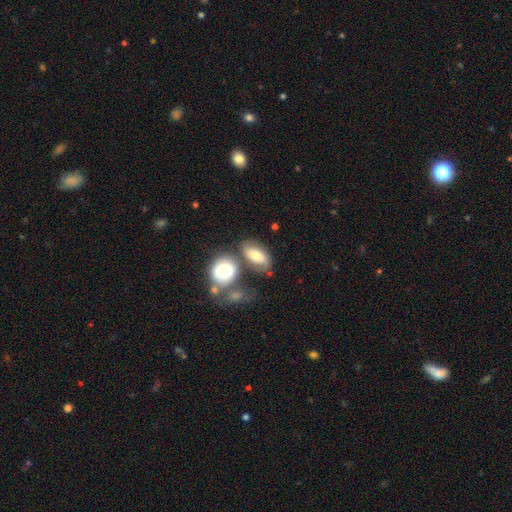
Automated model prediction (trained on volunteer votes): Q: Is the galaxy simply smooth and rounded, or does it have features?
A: smooth — 65%.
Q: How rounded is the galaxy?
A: in between — 82%.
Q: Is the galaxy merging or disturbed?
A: none — 49%.